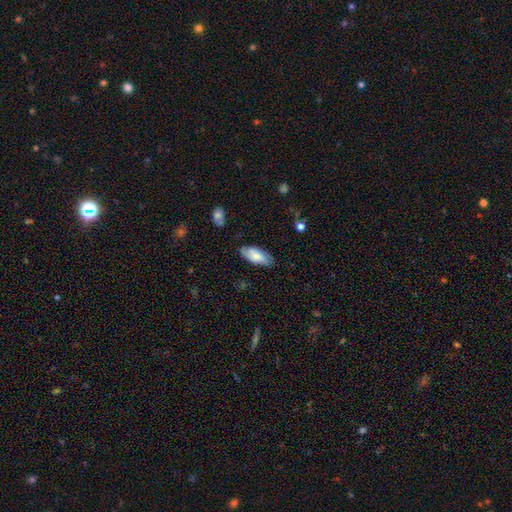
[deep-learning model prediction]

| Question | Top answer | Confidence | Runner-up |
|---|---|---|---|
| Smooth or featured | smooth | 69% | featured or disk (25%) |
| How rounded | in between | 86% | cigar-shaped (12%) |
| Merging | none | 76% | minor disturbance (19%) |